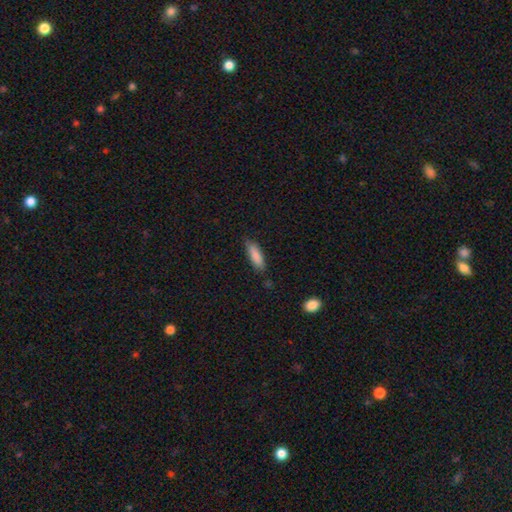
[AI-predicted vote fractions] smooth_or_featured: smooth (p=0.87) [alt: featured or disk p=0.07]
how_rounded: cigar-shaped (p=0.51) [alt: in between p=0.47]
merging: none (p=0.78) [alt: minor disturbance p=0.17]